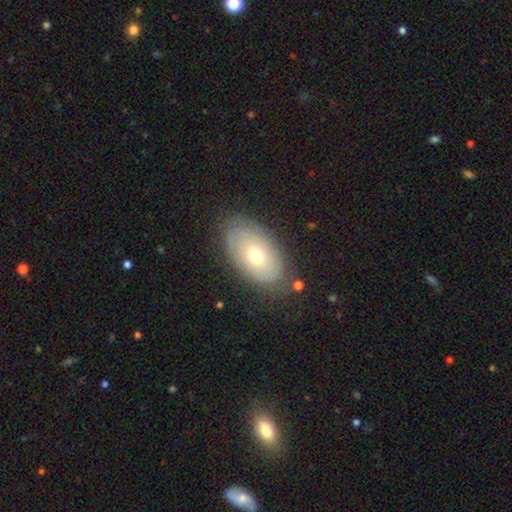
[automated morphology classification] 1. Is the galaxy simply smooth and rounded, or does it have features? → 49% smooth, 44% featured or disk, 7% star or artifact.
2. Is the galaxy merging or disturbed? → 80% none, 15% minor disturbance, 4% major disturbance, 2% merger.